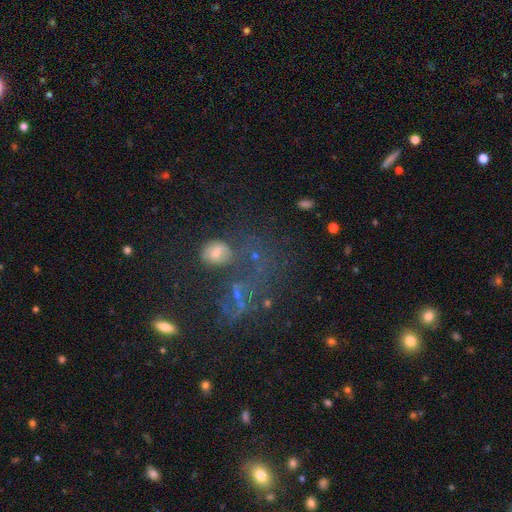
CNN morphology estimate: Q: Smooth or featured?
A: smooth (40%); runner-up: star or artifact (37%)
Q: Merging?
A: none (44%); runner-up: major disturbance (21%)